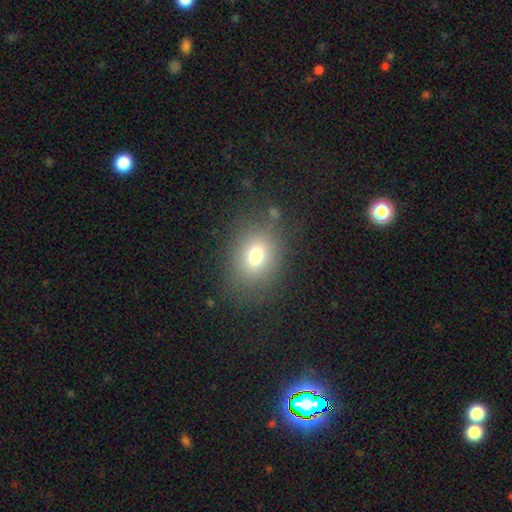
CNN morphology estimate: This appears to be a smooth galaxy with no disk features (73%) that is in between round and cigar-shaped (51%). Merging: none (78%).